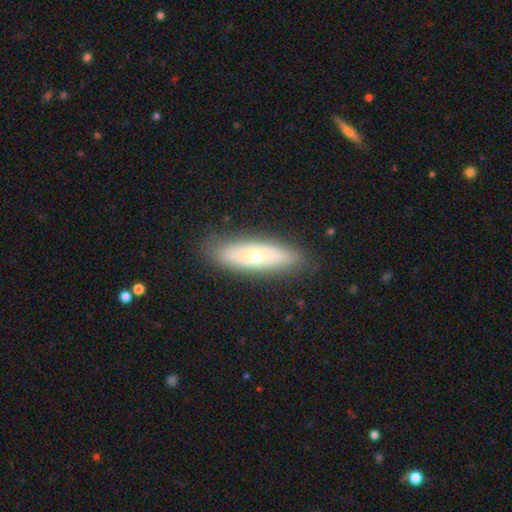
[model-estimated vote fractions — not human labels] This appears to be a featured or disk galaxy (52%). Merging: none (84%).